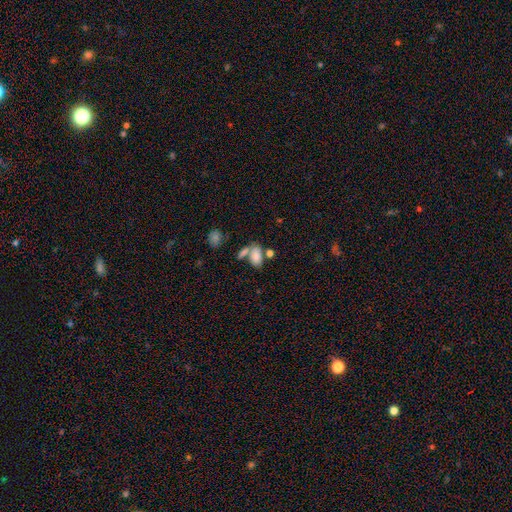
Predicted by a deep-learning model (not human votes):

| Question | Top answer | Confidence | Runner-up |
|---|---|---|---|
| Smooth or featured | smooth | 81% | featured or disk (10%) |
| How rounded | in between | 91% | round (6%) |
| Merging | none | 41% | merger (39%) |